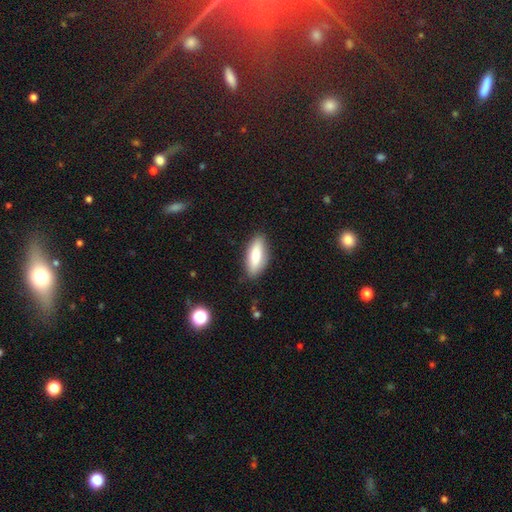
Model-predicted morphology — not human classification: A smooth galaxy with no disk features (78%) that is in between round and cigar-shaped (72%).

Vote fractions:
- Smooth or featured? smooth: 78% / featured or disk: 16% / star or artifact: 6%
- How rounded? in between: 72% / cigar-shaped: 26% / round: 2%
- Merging? none: 85% / minor disturbance: 11% / major disturbance: 2% / merger: 1%